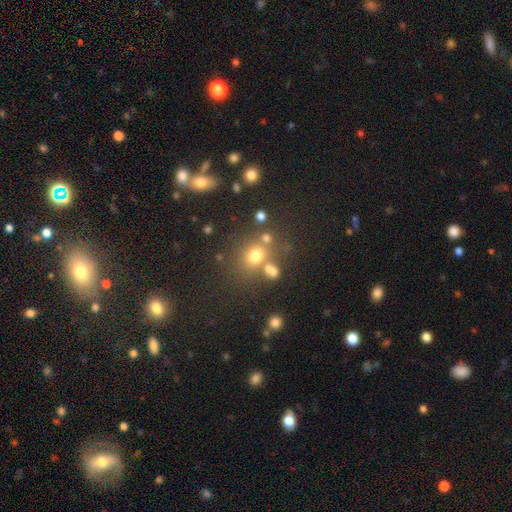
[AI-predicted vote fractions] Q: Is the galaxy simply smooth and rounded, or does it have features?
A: smooth — 68%.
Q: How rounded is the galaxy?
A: round — 66%.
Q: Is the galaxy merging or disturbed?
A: none — 61%.